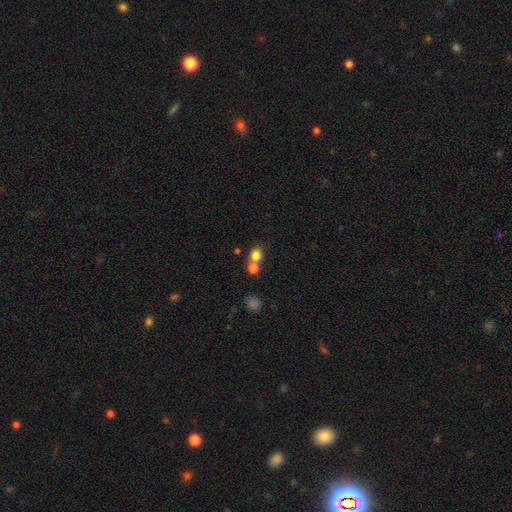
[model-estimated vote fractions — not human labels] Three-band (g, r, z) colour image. It shows a smooth galaxy with no disk features (79%) that is round (73%). Merging: none (48%).